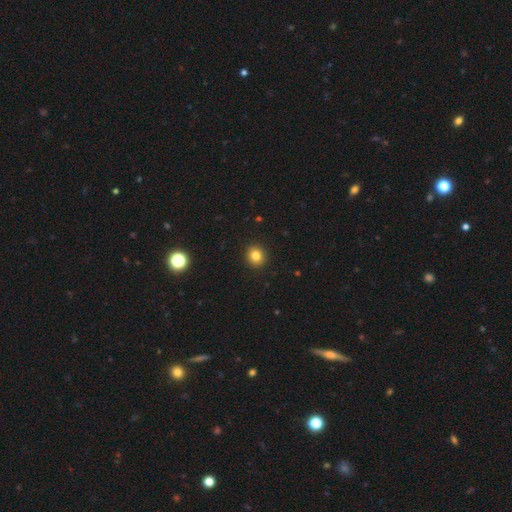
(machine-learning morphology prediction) Smooth or featured? smooth (82%)
How rounded? round (86%)
Merging? none (93%)